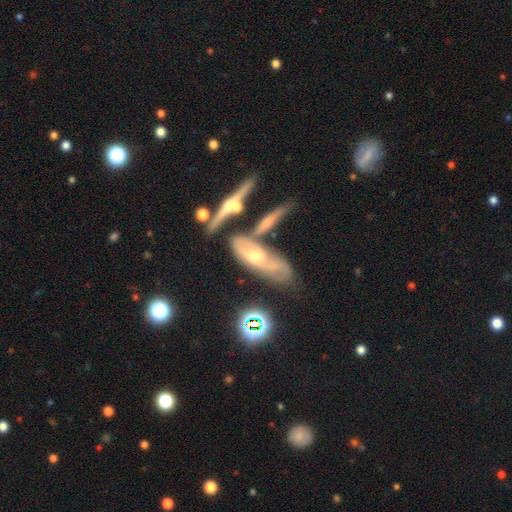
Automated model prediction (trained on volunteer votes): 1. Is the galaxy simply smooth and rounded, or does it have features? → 66% featured or disk, 21% smooth, 12% star or artifact.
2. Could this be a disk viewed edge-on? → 52% no, 48% yes.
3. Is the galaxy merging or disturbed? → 45% none, 26% merger, 19% minor disturbance, 10% major disturbance.